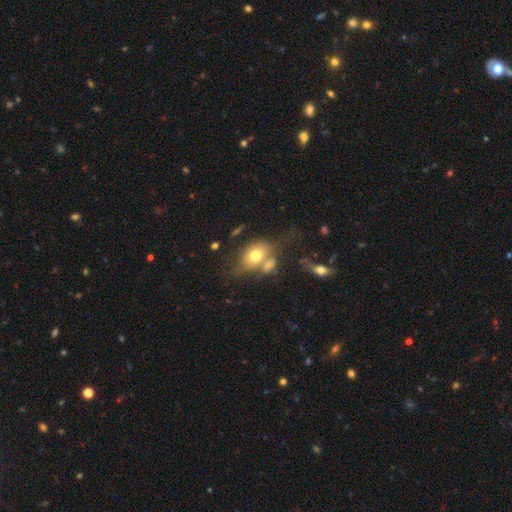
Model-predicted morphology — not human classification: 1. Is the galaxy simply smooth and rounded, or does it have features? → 69% smooth, 22% featured or disk, 9% star or artifact.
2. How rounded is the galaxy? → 74% in between, 24% round, 2% cigar-shaped.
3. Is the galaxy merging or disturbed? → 40% merger, 31% none, 16% minor disturbance, 13% major disturbance.